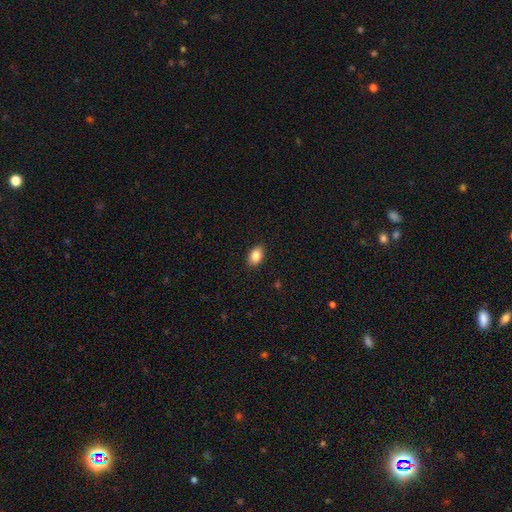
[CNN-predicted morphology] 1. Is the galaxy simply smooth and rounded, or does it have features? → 85% smooth, 8% star or artifact, 7% featured or disk.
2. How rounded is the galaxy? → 85% in between, 14% round, 1% cigar-shaped.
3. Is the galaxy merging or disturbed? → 90% none, 8% minor disturbance, 2% major disturbance, 1% merger.